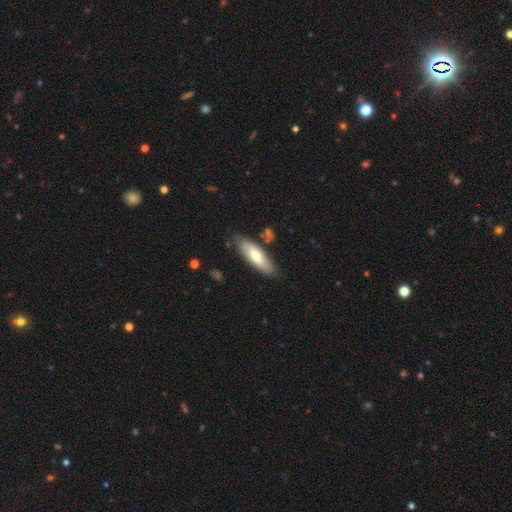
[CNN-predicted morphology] Smooth or featured?
  - smooth: 67% *
  - featured or disk: 27%
  - star or artifact: 6%
How rounded?
  - in between: 55% *
  - cigar-shaped: 44%
  - round: 2%
Merging?
  - none: 80% *
  - minor disturbance: 14%
  - merger: 3%
  - major disturbance: 3%